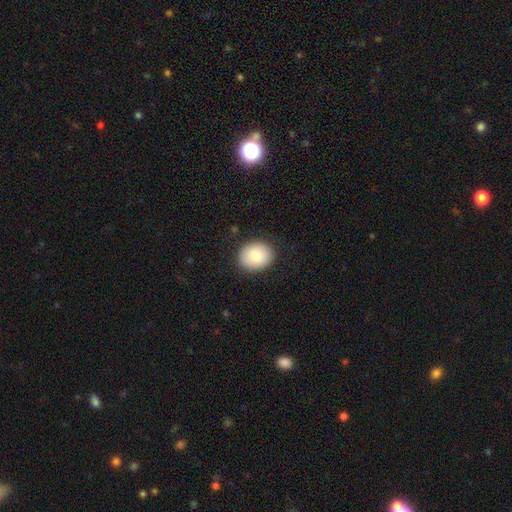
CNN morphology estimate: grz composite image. It shows a smooth galaxy with no disk features (84%) that is round (51%). Merging: none (87%).